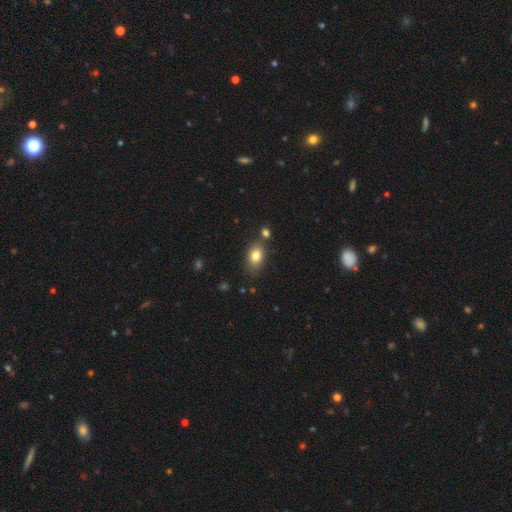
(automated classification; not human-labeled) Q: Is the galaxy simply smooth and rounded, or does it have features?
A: smooth — 80%.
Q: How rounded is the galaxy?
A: in between — 84%.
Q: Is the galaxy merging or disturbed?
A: none — 70%.